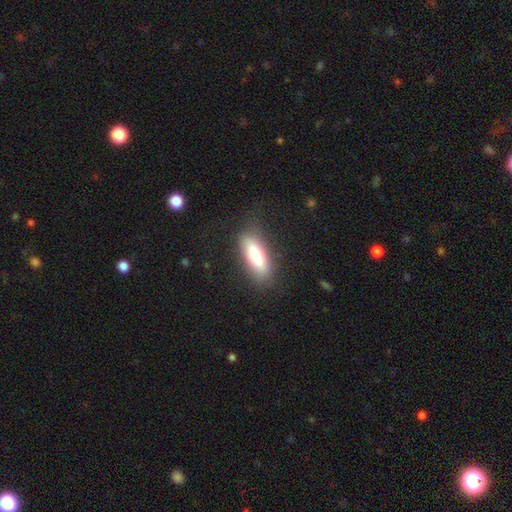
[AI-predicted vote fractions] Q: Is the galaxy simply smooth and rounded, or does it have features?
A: smooth — 70%.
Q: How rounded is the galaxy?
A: in between — 58%.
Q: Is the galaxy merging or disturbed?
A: none — 82%.